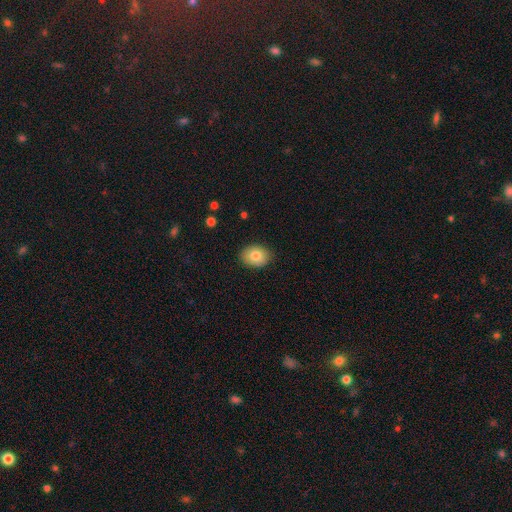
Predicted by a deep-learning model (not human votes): This is clearly a smooth galaxy (81%). How rounded: likely in between (64%). Merging: clearly none (87%).